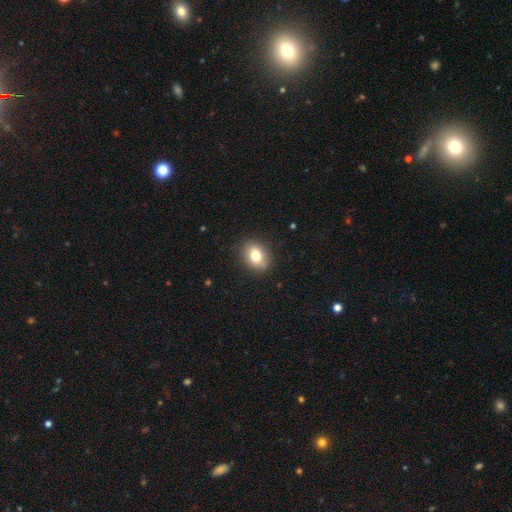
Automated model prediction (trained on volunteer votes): This is likely a smooth galaxy (79%). How rounded: likely in between (63%). Merging: clearly none (85%).